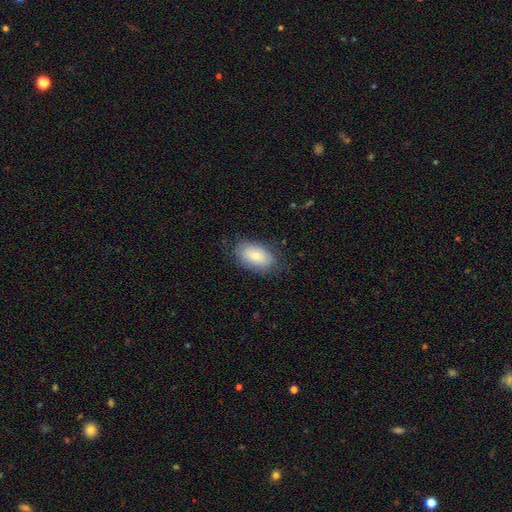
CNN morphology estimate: The model was most divided on "merging": none: 77%, minor disturbance: 17%, major disturbance: 5%, merger: 1%. More confident: how rounded — in between (93%); smooth or featured — smooth (82%).